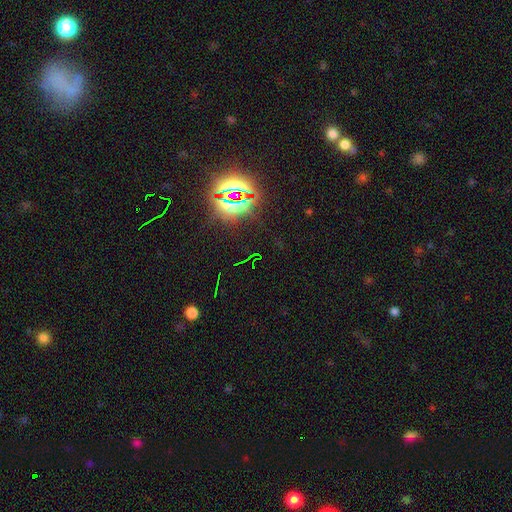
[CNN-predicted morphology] Q: Smooth or featured?
A: star or artifact (82%); runner-up: smooth (10%)